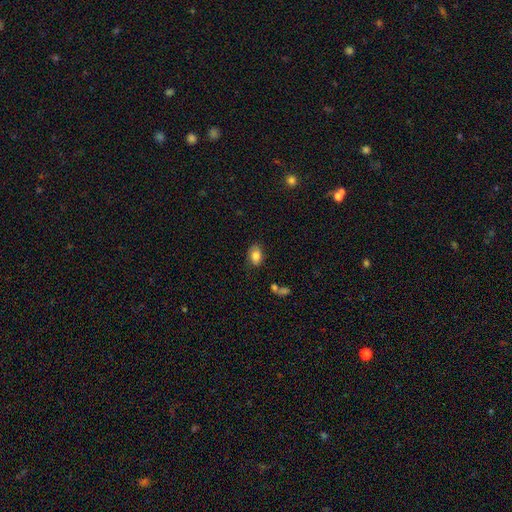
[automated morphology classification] This appears to be a smooth galaxy with no disk features (82%) that is in between round and cigar-shaped (85%). Merging: none (75%).